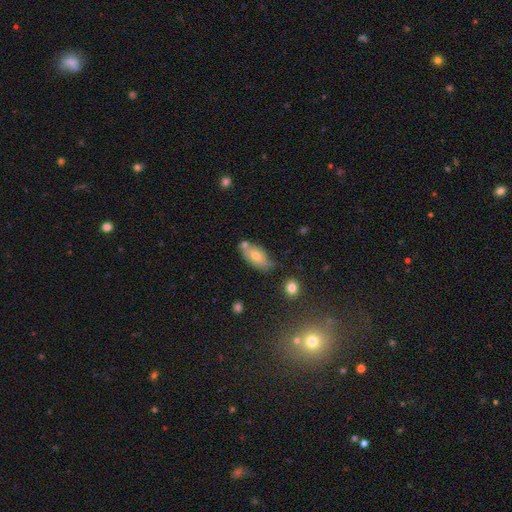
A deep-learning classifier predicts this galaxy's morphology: Smooth or featured?
  - smooth: 60% *
  - featured or disk: 30%
  - star or artifact: 9%
How rounded?
  - in between: 89% *
  - cigar-shaped: 8%
  - round: 4%
Merging?
  - none: 58% *
  - minor disturbance: 24%
  - merger: 12%
  - major disturbance: 6%